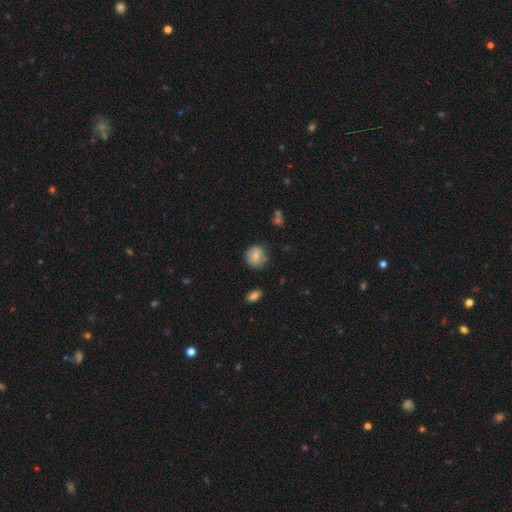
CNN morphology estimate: Smooth or featured? smooth (73%)
How rounded? round (82%)
Merging? none (70%)